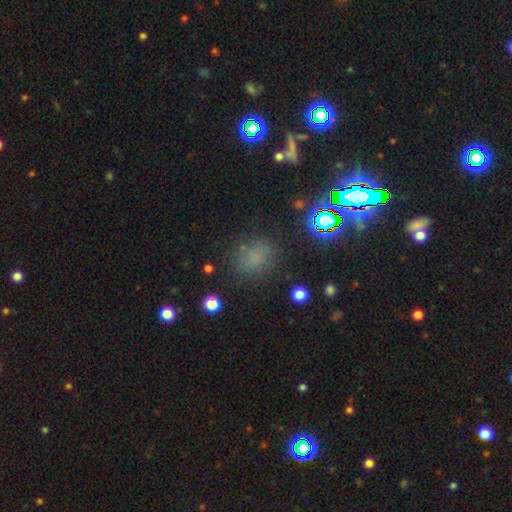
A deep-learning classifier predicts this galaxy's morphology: A smooth galaxy with no disk features (58%) that is round (65%).

Vote fractions:
- Smooth or featured? smooth: 58% / star or artifact: 34% / featured or disk: 8%
- How rounded? round: 65% / in between: 34% / cigar-shaped: 2%
- Merging? none: 81% / minor disturbance: 12% / major disturbance: 5% / merger: 2%